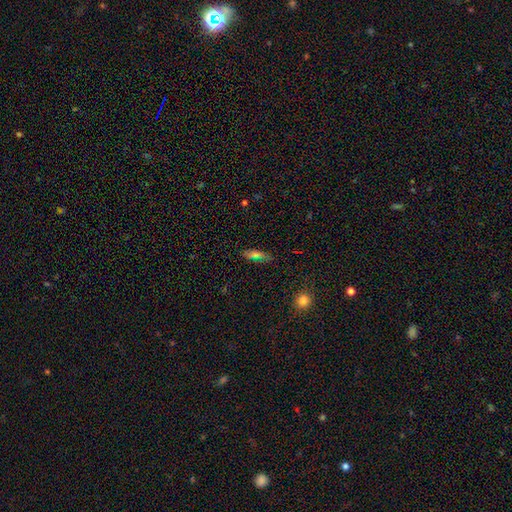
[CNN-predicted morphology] smooth-or-featured: smooth: 64% | featured or disk: 23% | star or artifact: 13%
  how-rounded: cigar-shaped: 53% | in between: 43% | round: 3%
  merging: none: 83% | minor disturbance: 12% | major disturbance: 3% | merger: 2%